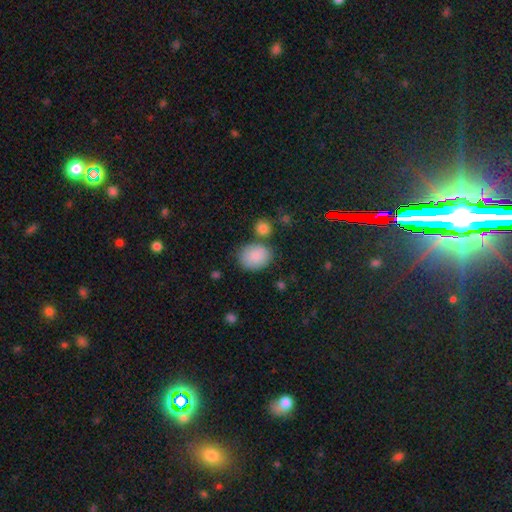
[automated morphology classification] smooth 86%, star or artifact 8%, featured or disk 6%. Down the decision tree: how rounded — in between (63%); merging — none (69%).